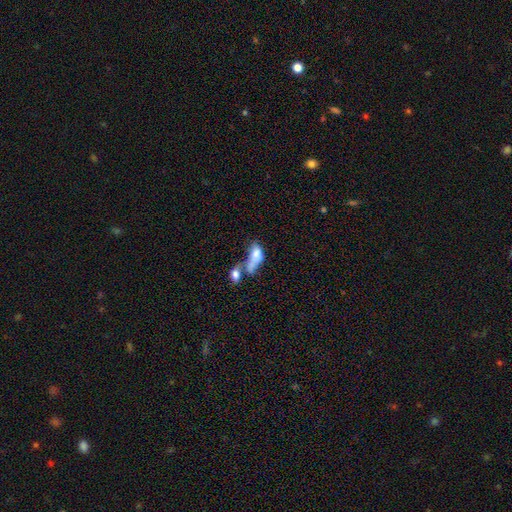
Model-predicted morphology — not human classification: Smooth or featured?
  - smooth: 67% *
  - featured or disk: 24%
  - star or artifact: 9%
How rounded?
  - in between: 82% *
  - cigar-shaped: 10%
  - round: 8%
Merging?
  - merger: 66% *
  - major disturbance: 14%
  - none: 12%
  - minor disturbance: 8%